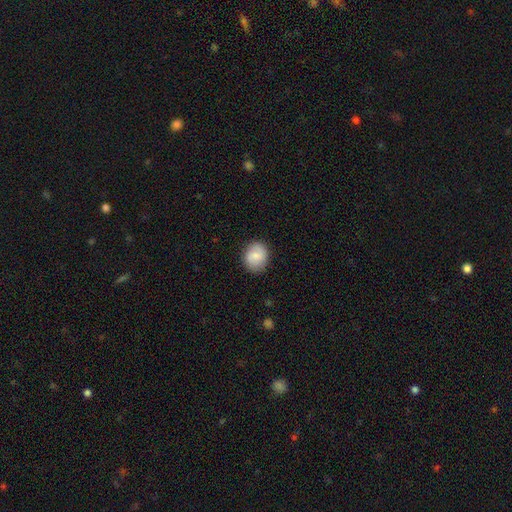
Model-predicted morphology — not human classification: A smooth galaxy with no disk features (74%) that is round (67%). Merging: none (86%).